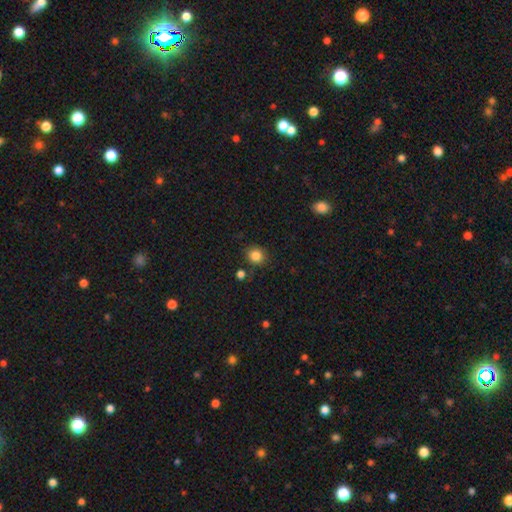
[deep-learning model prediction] Q: Smooth or featured?
A: smooth (84%); runner-up: star or artifact (11%)
Q: How rounded?
A: round (82%); runner-up: in between (17%)
Q: Merging?
A: none (82%); runner-up: minor disturbance (10%)